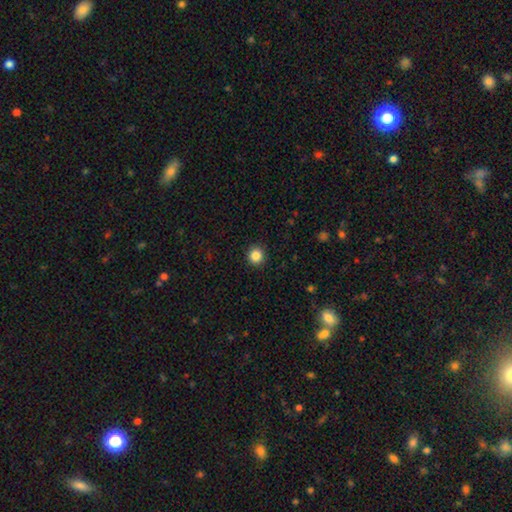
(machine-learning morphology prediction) The model was most divided on "smooth or featured": smooth: 85%, star or artifact: 11%, featured or disk: 4%. More confident: how rounded — round (93%); merging — none (92%).